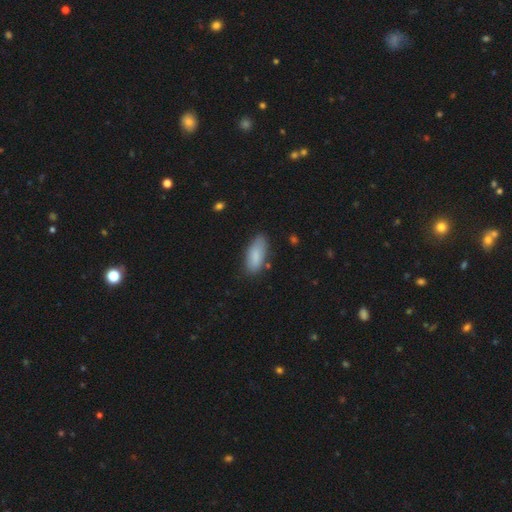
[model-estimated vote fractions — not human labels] smooth_or_featured: smooth (p=0.83) [alt: featured or disk p=0.10]
how_rounded: in between (p=0.85) [alt: cigar-shaped p=0.13]
merging: none (p=0.77) [alt: minor disturbance p=0.18]